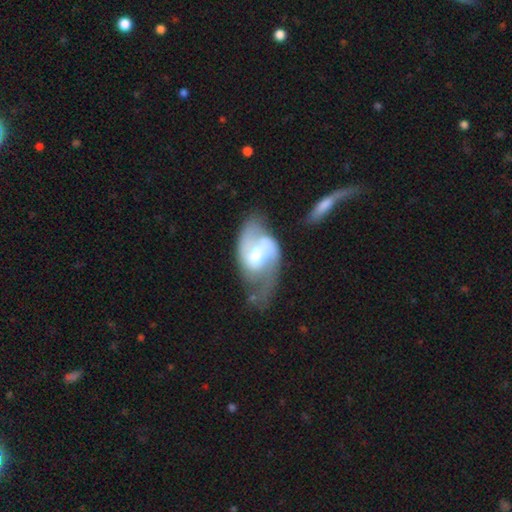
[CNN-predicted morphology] This is likely a featured or disk galaxy (74%). It is clearly not viewed edge-on (96%). Bar: possibly no (54%). Spiral arm pattern: clearly yes (84%). Spiral arm count: likely 2 (73%). Spiral winding: marginally medium (43%). Central bulge: likely moderate (64%). Merging: marginally none (33%).